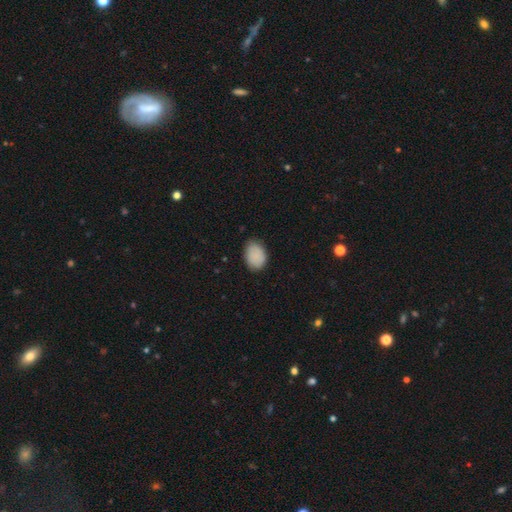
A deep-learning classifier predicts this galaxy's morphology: This is clearly a smooth galaxy (88%). How rounded: clearly in between (81%). Merging: likely none (73%).